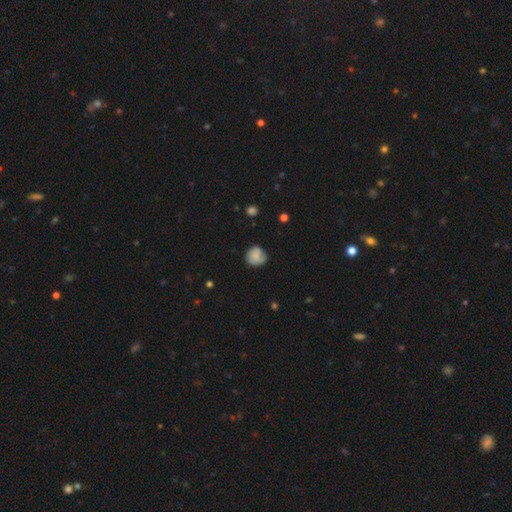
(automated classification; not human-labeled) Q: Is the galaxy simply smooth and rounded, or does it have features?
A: smooth — 71%.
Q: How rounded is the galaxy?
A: round — 80%.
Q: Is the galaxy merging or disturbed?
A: none — 59%.